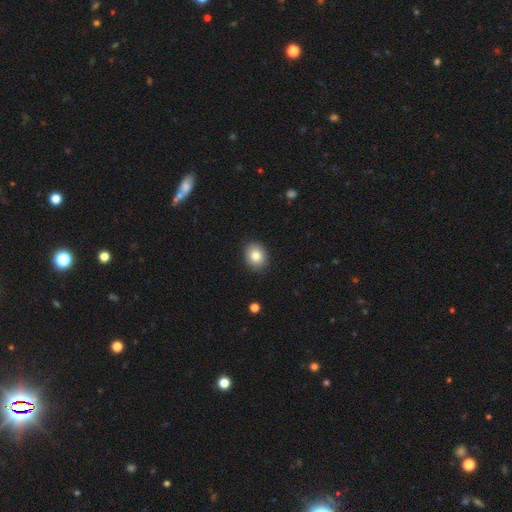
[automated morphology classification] smooth-or-featured: smooth: 81% | featured or disk: 9% | star or artifact: 9%
  how-rounded: round: 55% | in between: 44% | cigar-shaped: 1%
  merging: none: 90% | minor disturbance: 7% | major disturbance: 2% | merger: 1%